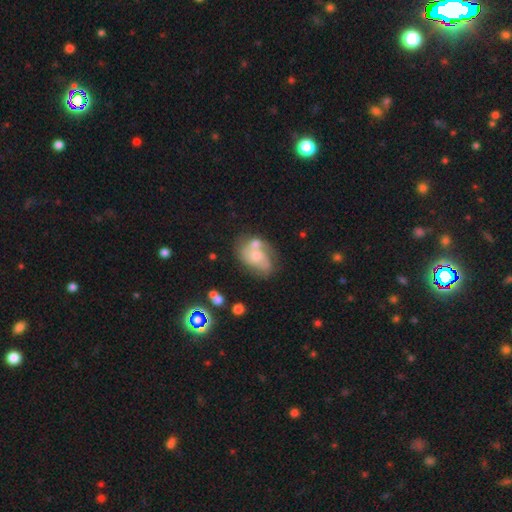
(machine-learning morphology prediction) smooth_or_featured: featured or disk (p=0.59) [alt: smooth p=0.32]
disk_edge_on: no (p=0.97) [alt: yes p=0.03]
bar: no (p=0.69) [alt: weak p=0.27]
has_spiral_arms: yes (p=0.79) [alt: no p=0.21]
bulge_size: small (p=0.41) [alt: moderate p=0.36]
merging: none (p=0.43) [alt: merger p=0.22]